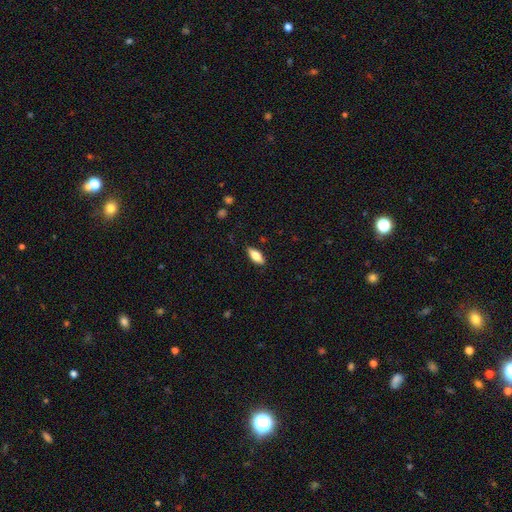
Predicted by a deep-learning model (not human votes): This appears to be a smooth galaxy with no disk features (72%) that is in between round and cigar-shaped (76%). Merging: none (86%).